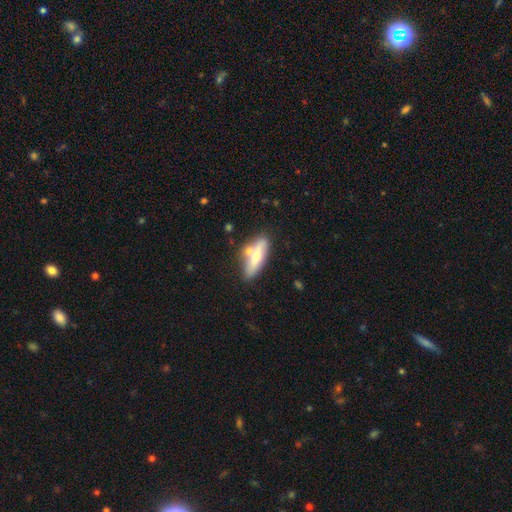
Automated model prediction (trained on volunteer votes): Q: Smooth or featured?
A: smooth (59%); runner-up: featured or disk (35%)
Q: How rounded?
A: in between (49%); tied with: cigar-shaped (49%)
Q: Merging?
A: none (60%); runner-up: merger (19%)